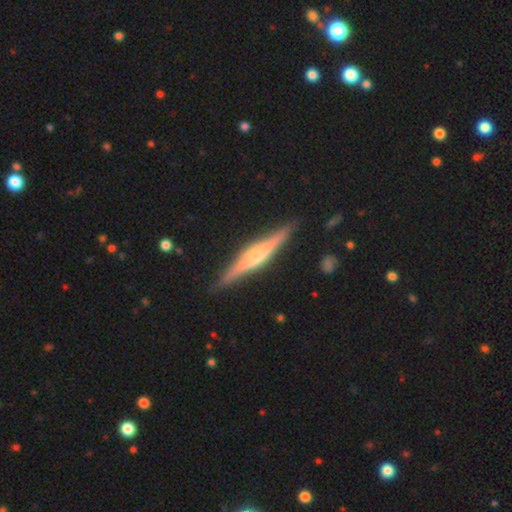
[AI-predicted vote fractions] featured or disk 76%, smooth 19%, star or artifact 5%. Down the decision tree: edge-on disk — yes (98%); edge-on bulge — rounded (74%); merging — none (90%).